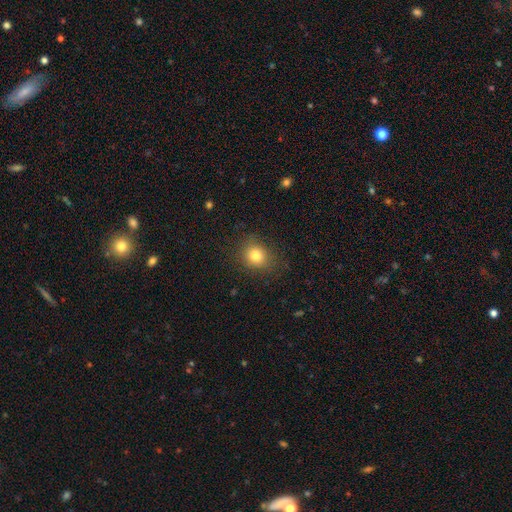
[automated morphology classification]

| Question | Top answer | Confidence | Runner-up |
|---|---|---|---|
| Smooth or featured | smooth | 79% | star or artifact (13%) |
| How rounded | round | 70% | in between (29%) |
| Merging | none | 81% | minor disturbance (13%) |